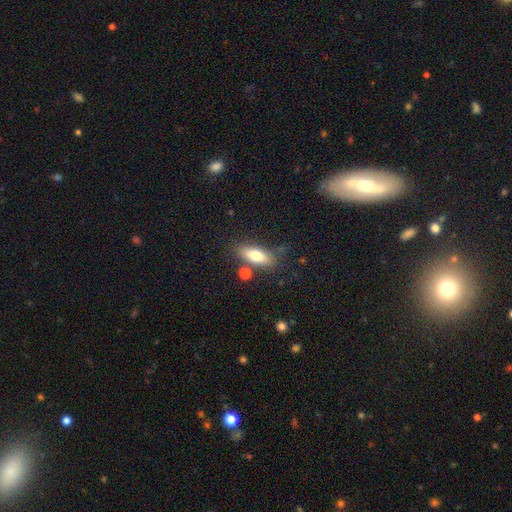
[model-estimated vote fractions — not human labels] Overall: smooth (73%). How rounded: in between (69%). Merging: none (74%).